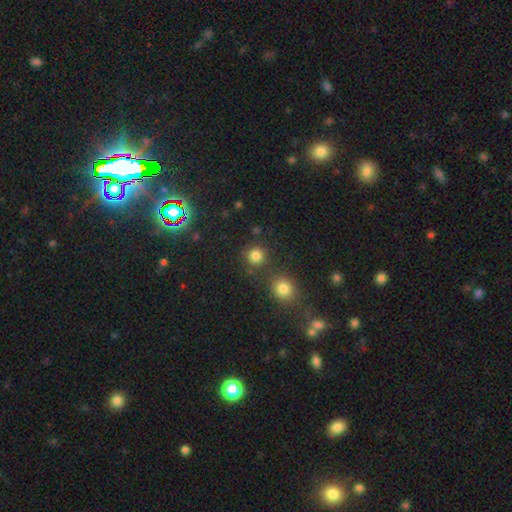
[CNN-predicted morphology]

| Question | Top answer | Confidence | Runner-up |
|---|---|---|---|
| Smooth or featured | smooth | 79% | star or artifact (16%) |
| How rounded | round | 91% | in between (8%) |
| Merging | none | 80% | merger (10%) |